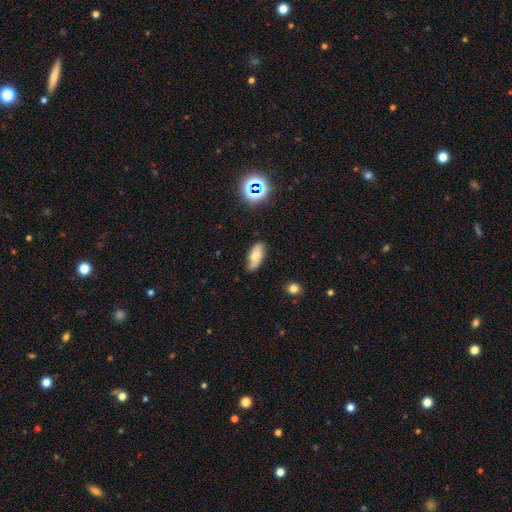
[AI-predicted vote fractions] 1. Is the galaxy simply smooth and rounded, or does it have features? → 65% smooth, 25% featured or disk, 10% star or artifact.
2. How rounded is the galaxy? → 82% in between, 15% cigar-shaped, 4% round.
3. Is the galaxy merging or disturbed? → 78% none, 17% minor disturbance, 3% major disturbance, 2% merger.